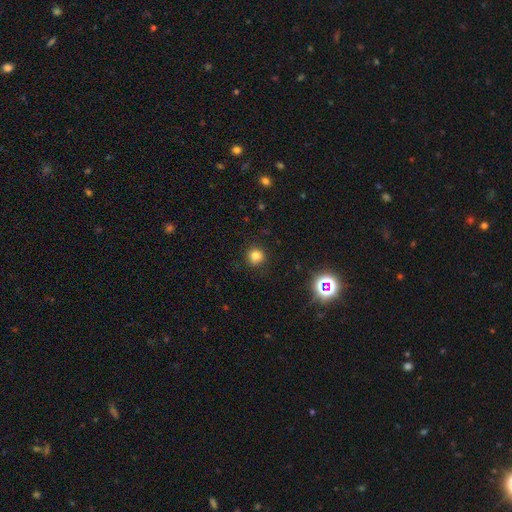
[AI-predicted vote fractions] Smooth or featured? Predicted: smooth (p=0.78). How rounded? Predicted: round (p=0.90). Merging? Predicted: none (p=0.88).